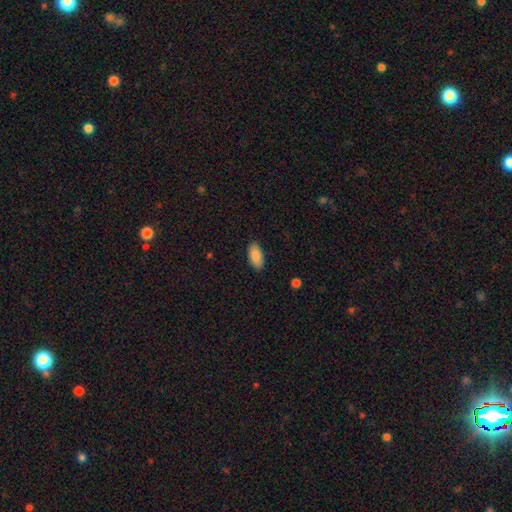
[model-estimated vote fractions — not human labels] smooth-or-featured: smooth: 88% | star or artifact: 6% | featured or disk: 6%
  how-rounded: in between: 92% | cigar-shaped: 6% | round: 2%
  merging: none: 89% | minor disturbance: 8% | major disturbance: 2% | merger: 1%